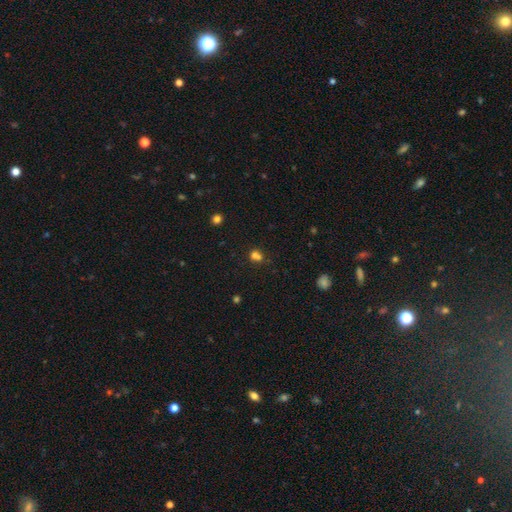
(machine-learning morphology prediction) smooth_or_featured: smooth (p=0.70) [alt: star or artifact p=0.19]
how_rounded: round (p=0.70) [alt: in between p=0.28]
merging: none (p=0.43) [alt: merger p=0.42]